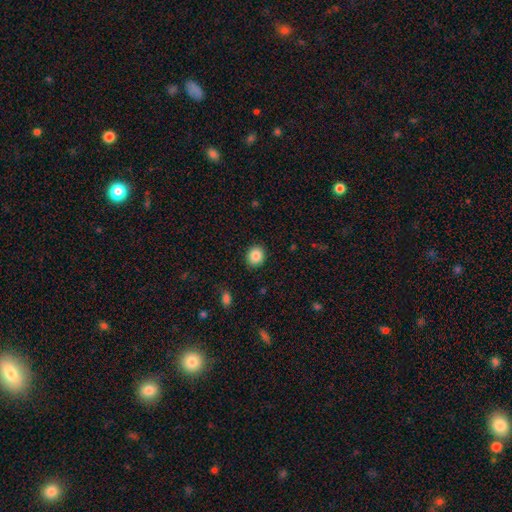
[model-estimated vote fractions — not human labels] Smooth or featured? Predicted: smooth (p=0.87). How rounded? Predicted: round (p=0.69). Merging? Predicted: none (p=0.90).